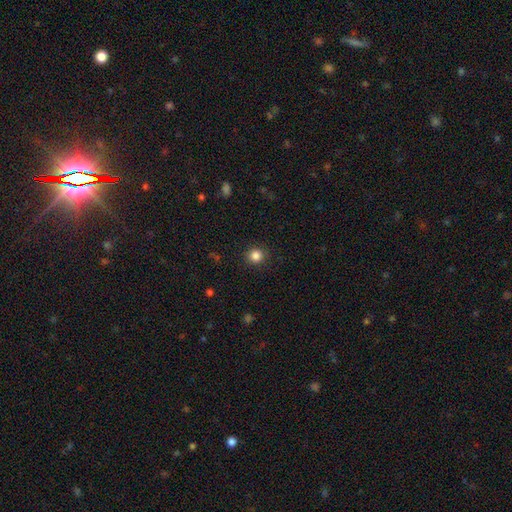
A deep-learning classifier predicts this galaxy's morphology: Smooth or featured? smooth (84%)
How rounded? round (90%)
Merging? none (91%)